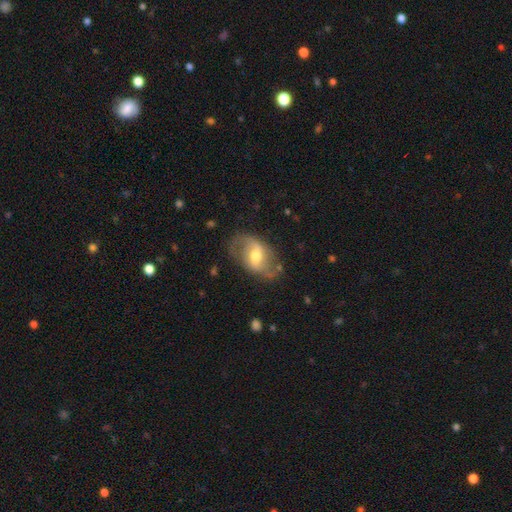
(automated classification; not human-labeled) Morphology: type=featured or disk (70%); edge-on=no (95%); bar=weak (48%); spiral arms=yes (78%); winding=loose (48%); arm count=2 (84%); bulge=moderate (68%); merging=none (67%).